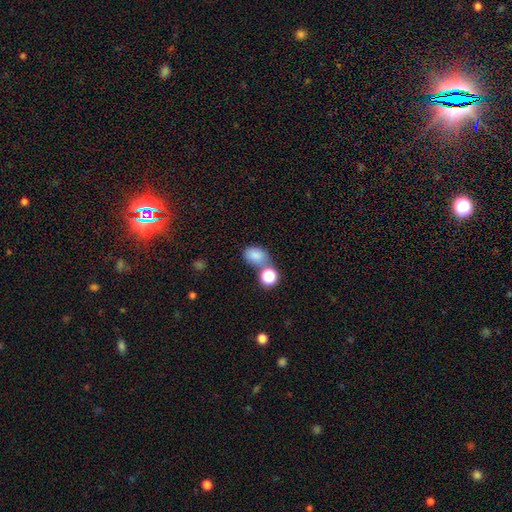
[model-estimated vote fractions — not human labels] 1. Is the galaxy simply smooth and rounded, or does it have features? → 81% smooth, 12% star or artifact, 7% featured or disk.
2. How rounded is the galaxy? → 71% in between, 28% round, 1% cigar-shaped.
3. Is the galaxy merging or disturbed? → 49% none, 31% merger, 14% minor disturbance, 6% major disturbance.